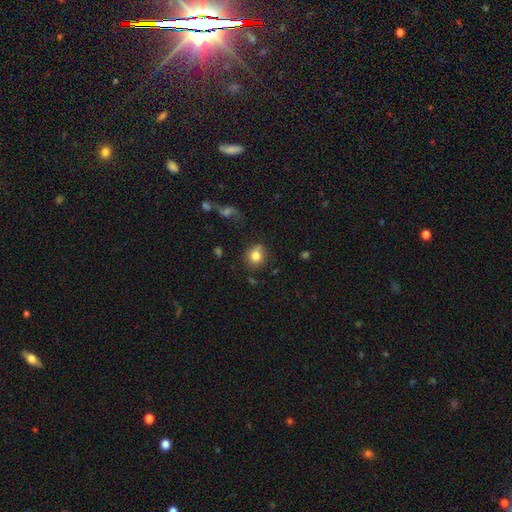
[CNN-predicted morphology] smooth_or_featured: smooth (p=0.80) [alt: star or artifact p=0.11]
how_rounded: round (p=0.77) [alt: in between p=0.22]
merging: none (p=0.72) [alt: minor disturbance p=0.19]